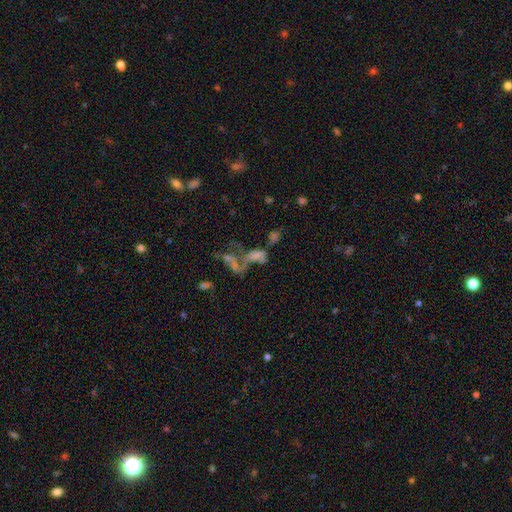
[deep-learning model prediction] Overall: featured or disk (38%; star or artifact 32%). Merging: merger (45%; major disturbance 24%).